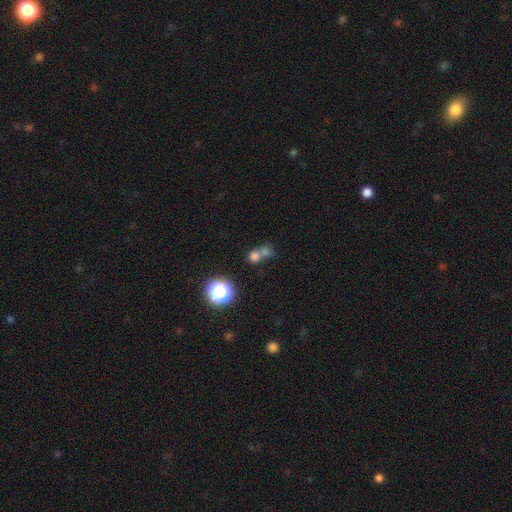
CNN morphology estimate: type=smooth (71%); roundness=round (77%); merging=merger (55%).